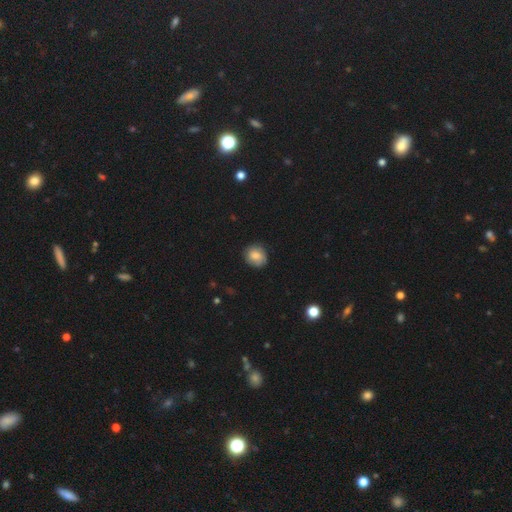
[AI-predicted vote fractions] A smooth galaxy with no disk features (75%) that is round (76%). Merging: none (77%).